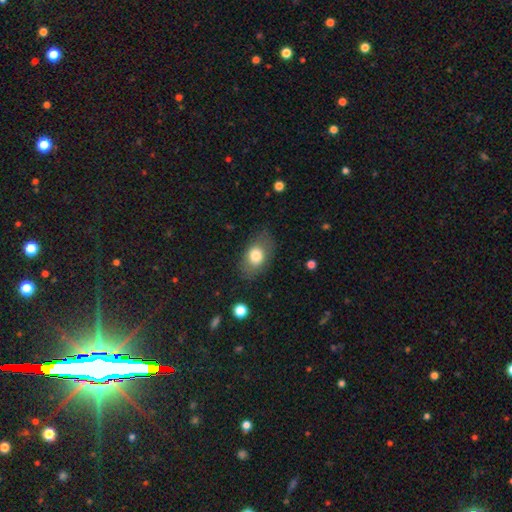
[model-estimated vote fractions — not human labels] smooth-or-featured: smooth: 76% | featured or disk: 16% | star or artifact: 8%
  how-rounded: in between: 80% | round: 18% | cigar-shaped: 2%
  merging: none: 76% | minor disturbance: 16% | major disturbance: 7% | merger: 1%